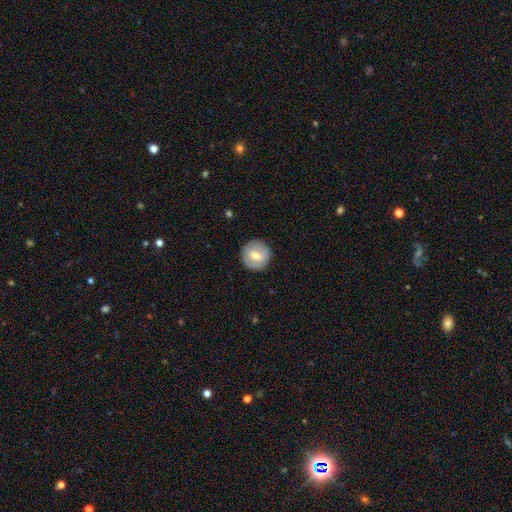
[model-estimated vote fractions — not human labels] A smooth galaxy with no disk features (60%) that is round (94%).

Vote fractions:
- Smooth or featured? smooth: 60% / featured or disk: 33% / star or artifact: 7%
- How rounded? round: 94% / in between: 5% / cigar-shaped: 1%
- Merging? none: 88% / minor disturbance: 8% / major disturbance: 2% / merger: 1%